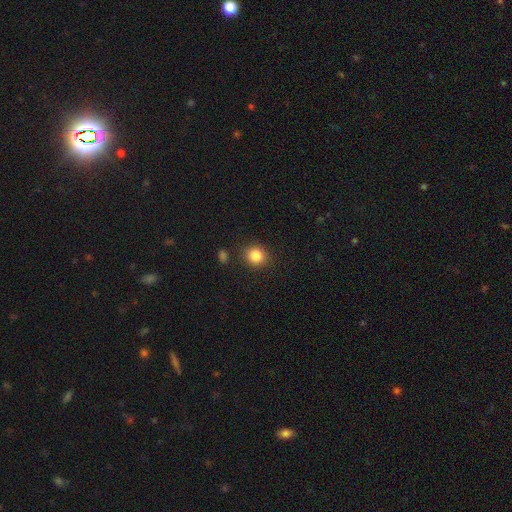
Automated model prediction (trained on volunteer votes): The model was most divided on "how rounded": round: 83%, in between: 16%, cigar-shaped: 1%. More confident: merging — none (87%); smooth or featured — smooth (85%).